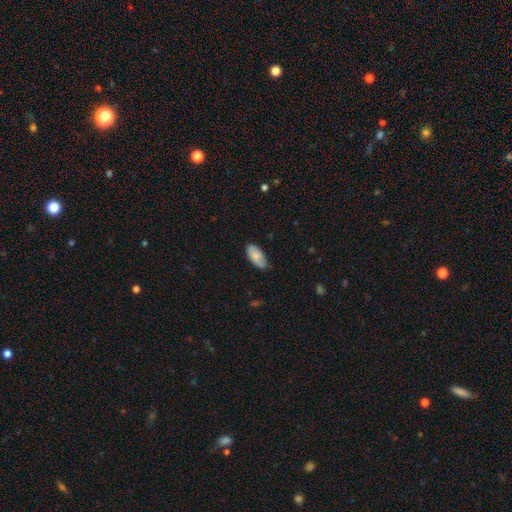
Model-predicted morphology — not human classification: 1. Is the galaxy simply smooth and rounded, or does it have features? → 77% smooth, 17% featured or disk, 6% star or artifact.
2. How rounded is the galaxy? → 93% in between, 5% cigar-shaped, 2% round.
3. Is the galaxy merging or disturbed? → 73% none, 23% minor disturbance, 3% major disturbance, 1% merger.